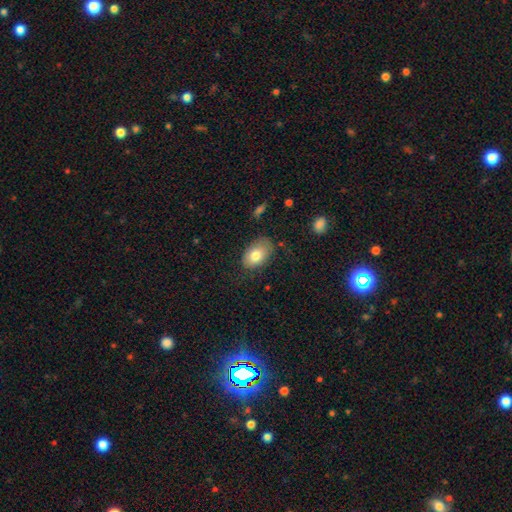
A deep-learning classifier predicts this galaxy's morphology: A smooth galaxy with no disk features (80%) that is in between round and cigar-shaped (87%).

Vote fractions:
- Smooth or featured? smooth: 80% / featured or disk: 13% / star or artifact: 8%
- How rounded? in between: 87% / round: 11% / cigar-shaped: 1%
- Merging? none: 67% / minor disturbance: 24% / major disturbance: 7% / merger: 2%